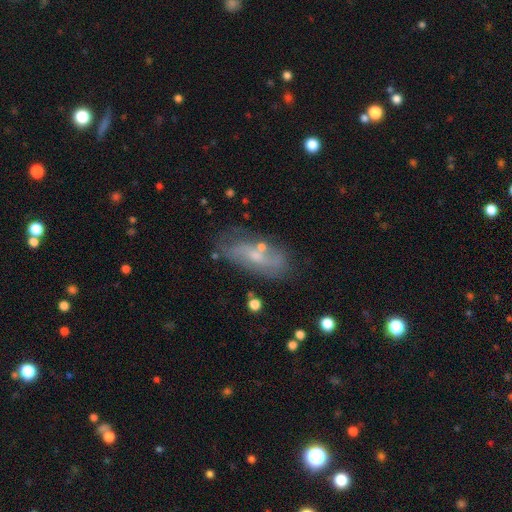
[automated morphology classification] This is possibly a featured or disk galaxy (54%). It is clearly not viewed edge-on (81%). Merging: likely none (68%).